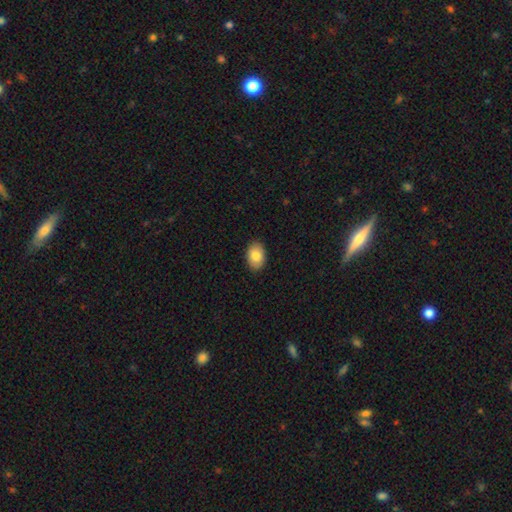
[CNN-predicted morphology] A smooth galaxy with no disk features (85%) that is in between round and cigar-shaped (87%).

Vote fractions:
- Smooth or featured? smooth: 85% / featured or disk: 8% / star or artifact: 7%
- How rounded? in between: 87% / round: 11% / cigar-shaped: 1%
- Merging? none: 89% / minor disturbance: 8% / major disturbance: 2% / merger: 1%